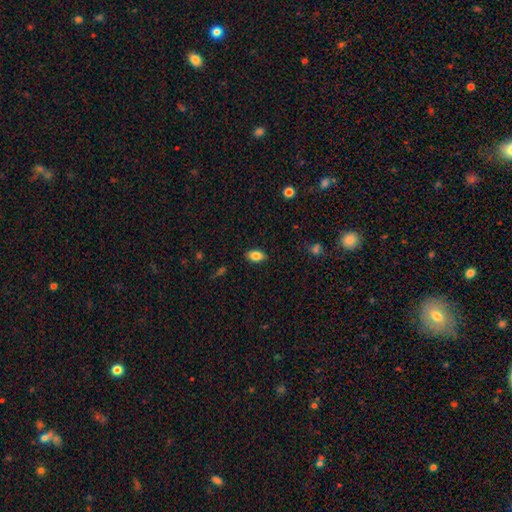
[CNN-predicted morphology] A smooth galaxy with no disk features (85%) that is in between round and cigar-shaped (91%). Merging: none (88%).